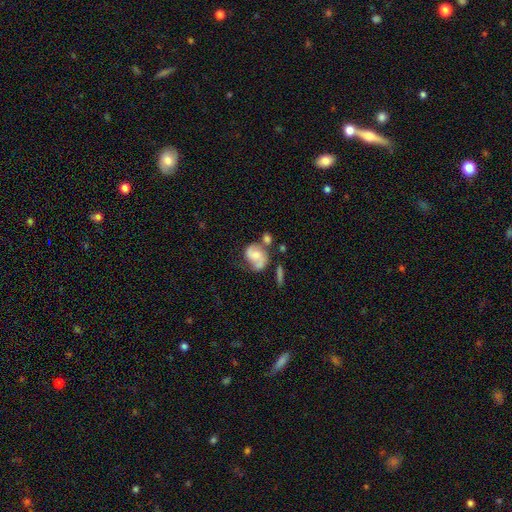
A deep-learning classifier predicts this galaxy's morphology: smooth_or_featured: featured or disk (p=0.62) [alt: smooth p=0.30]
disk_edge_on: no (p=0.97) [alt: yes p=0.03]
bar: no (p=0.60) [alt: weak p=0.32]
has_spiral_arms: yes (p=0.87) [alt: no p=0.13]
spiral_winding: medium (p=0.46) [alt: loose p=0.31]
spiral_arm_count: 2 (p=0.82) [alt: can't tell p=0.08]
bulge_size: moderate (p=0.48) [alt: small p=0.33]
merging: none (p=0.44) [alt: minor disturbance p=0.22]